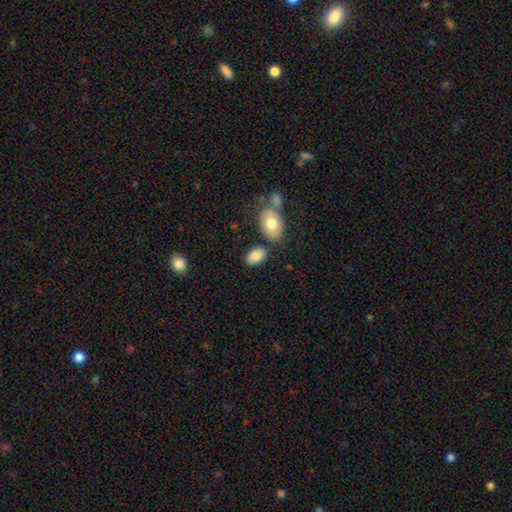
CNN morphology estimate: A smooth galaxy with no disk features (84%) that is in between round and cigar-shaped (90%). Merging: none (71%).